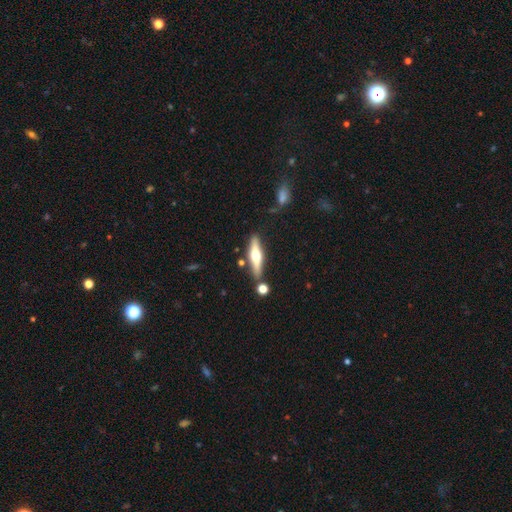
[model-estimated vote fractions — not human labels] Morphology: type=featured or disk (57%); edge-on=yes (93%); edge-on bulge=rounded (94%); merging=none (80%).